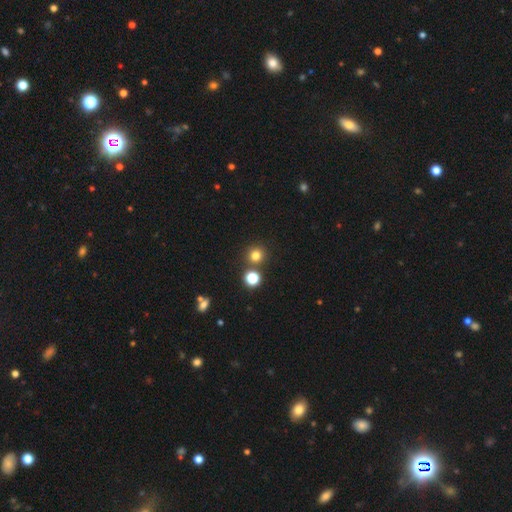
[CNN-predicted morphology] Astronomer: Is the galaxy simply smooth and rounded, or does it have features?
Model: smooth — 77%.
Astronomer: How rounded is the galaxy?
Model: round — 92%.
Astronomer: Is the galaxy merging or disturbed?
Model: none — 79%.